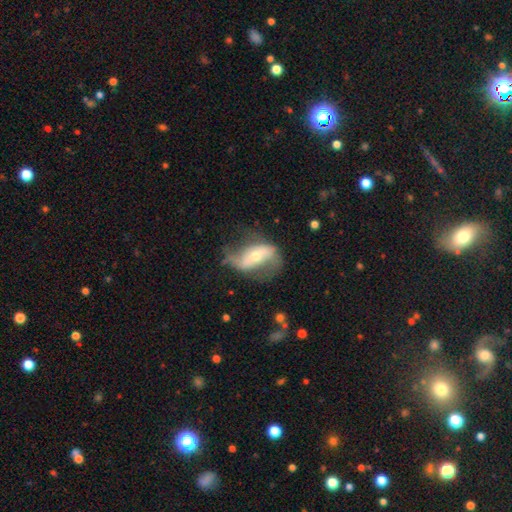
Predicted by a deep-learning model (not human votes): Smooth or featured? Predicted: featured or disk (p=0.72). Edge-on disk? Predicted: no (p=0.91). Bar? Predicted: strong (p=0.39). Spiral arms? Predicted: yes (p=0.78). Spiral winding? Predicted: loose (p=0.70). Spiral arm count? Predicted: 2 (p=0.85). Bulge size? Predicted: moderate (p=0.54). Merging? Predicted: none (p=0.48).